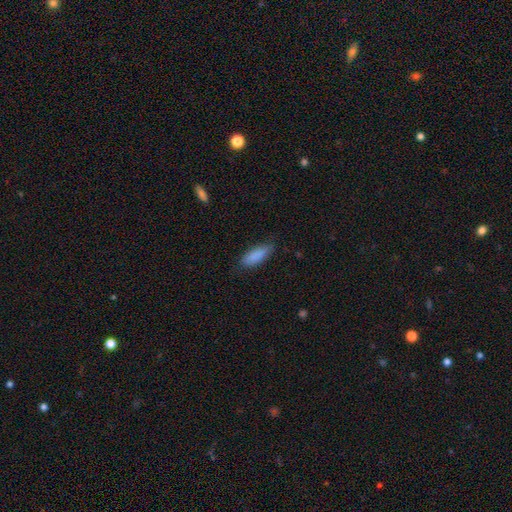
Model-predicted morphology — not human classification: A smooth galaxy with no disk features (87%) that is in between round and cigar-shaped (64%).

Vote fractions:
- Smooth or featured? smooth: 87% / star or artifact: 7% / featured or disk: 6%
- How rounded? in between: 64% / cigar-shaped: 35% / round: 2%
- Merging? none: 79% / minor disturbance: 17% / major disturbance: 3% / merger: 1%